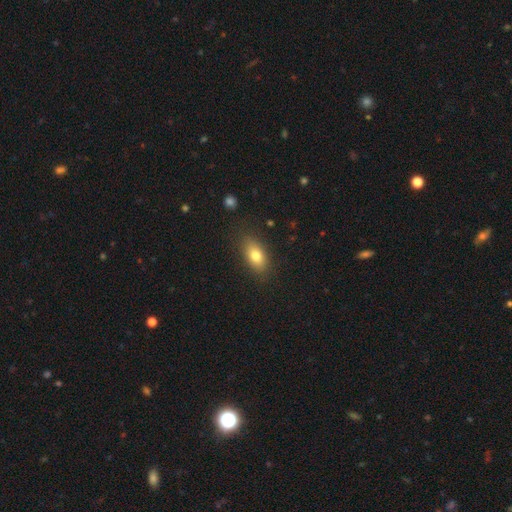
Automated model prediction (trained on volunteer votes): Smooth or featured: smooth — 79% (featured or disk — 13%)
How rounded: in between — 87% (round — 8%)
Merging: none — 84% (minor disturbance — 11%)